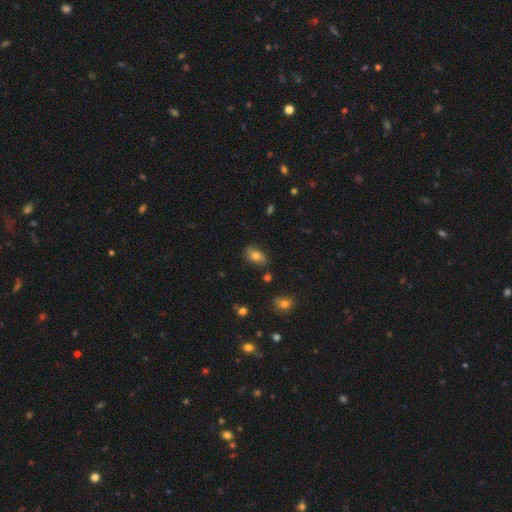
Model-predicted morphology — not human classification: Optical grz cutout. It shows a smooth galaxy with no disk features (72%) that is in between round and cigar-shaped (87%). Merging: none (72%).